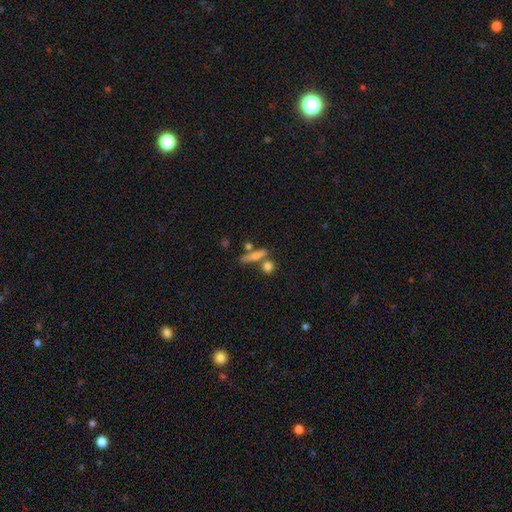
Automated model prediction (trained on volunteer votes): This is likely a smooth galaxy (64%). How rounded: likely cigar-shaped (69%). Merging: likely none (61%).